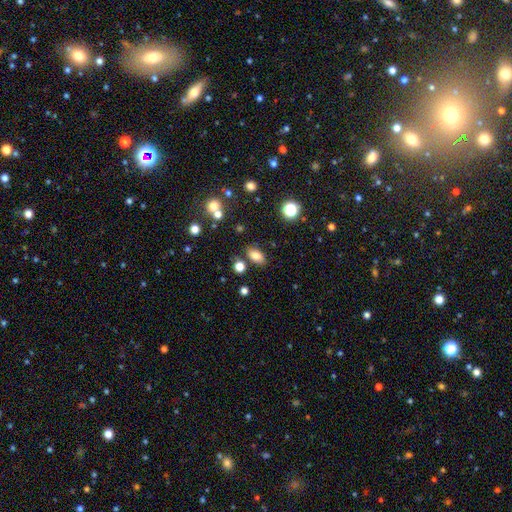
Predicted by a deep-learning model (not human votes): Smooth or featured? smooth (81%)
How rounded? in between (89%)
Merging? none (80%)